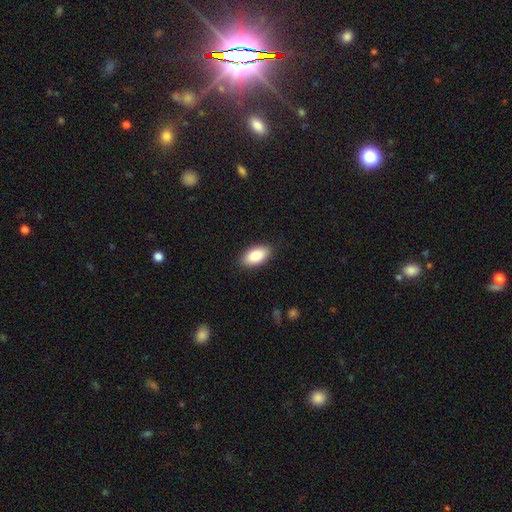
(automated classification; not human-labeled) This is clearly a smooth galaxy (87%). How rounded: clearly in between (93%). Merging: clearly none (88%).